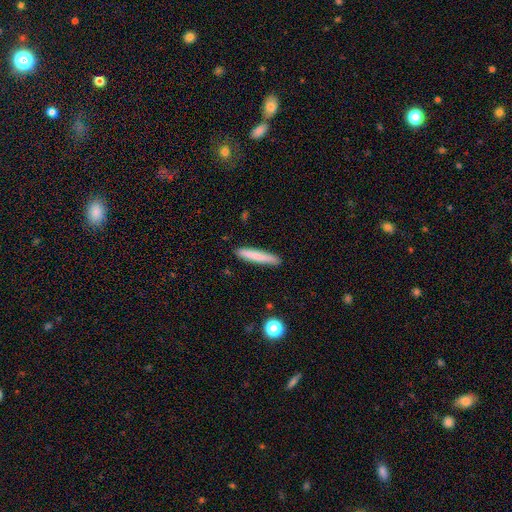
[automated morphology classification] Smooth or featured?
  - smooth: 77% *
  - featured or disk: 16%
  - star or artifact: 6%
How rounded?
  - cigar-shaped: 94% *
  - in between: 5%
  - round: 1%
Merging?
  - none: 89% *
  - minor disturbance: 8%
  - major disturbance: 2%
  - merger: 1%